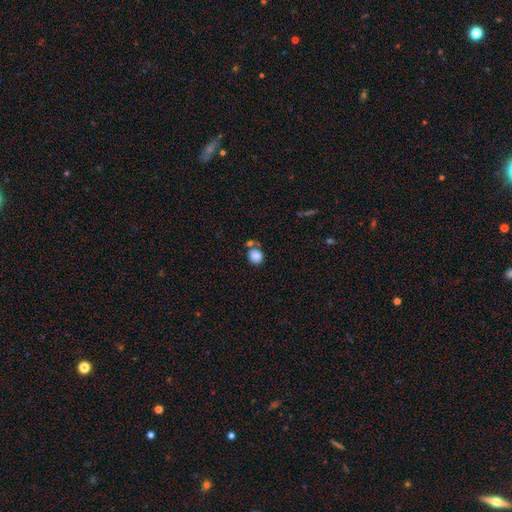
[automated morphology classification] Smooth or featured: smooth — 85% (star or artifact — 9%)
How rounded: round — 71% (in between — 28%)
Merging: none — 56% (merger — 24%)